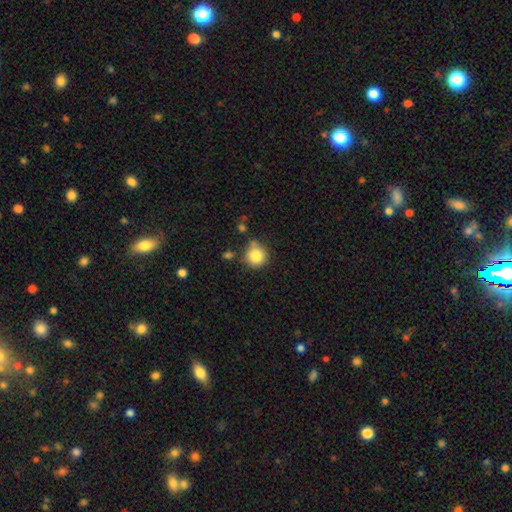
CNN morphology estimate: Q: Smooth or featured?
A: smooth (83%); runner-up: star or artifact (10%)
Q: How rounded?
A: round (92%); runner-up: in between (7%)
Q: Merging?
A: none (74%); runner-up: minor disturbance (15%)